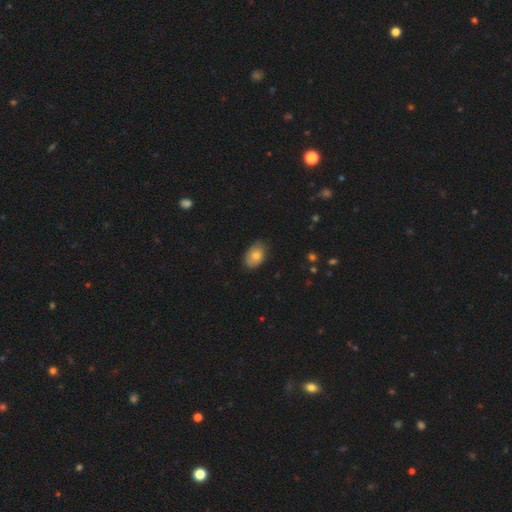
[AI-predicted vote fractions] This is likely a smooth galaxy (78%). How rounded: clearly in between (86%). Merging: likely none (79%).